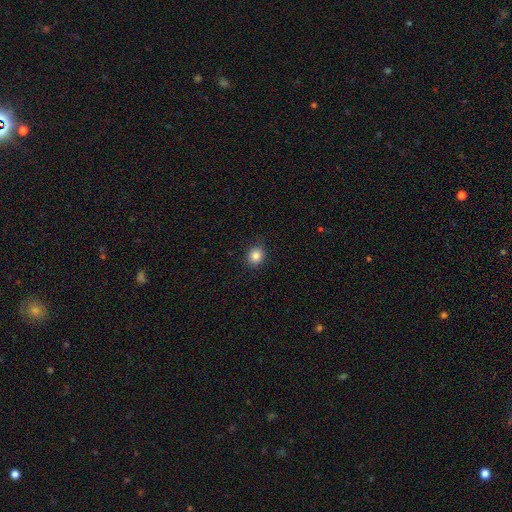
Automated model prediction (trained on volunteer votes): Smooth or featured? Predicted: smooth (p=0.85). How rounded? Predicted: round (p=0.76). Merging? Predicted: none (p=0.86).